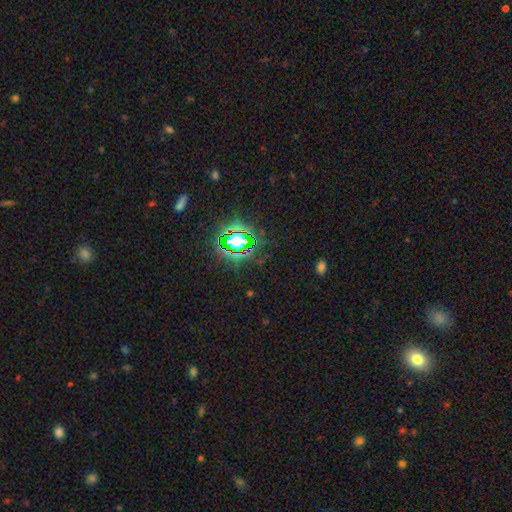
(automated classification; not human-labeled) smooth-or-featured: star or artifact: 79% | smooth: 13% | featured or disk: 8%